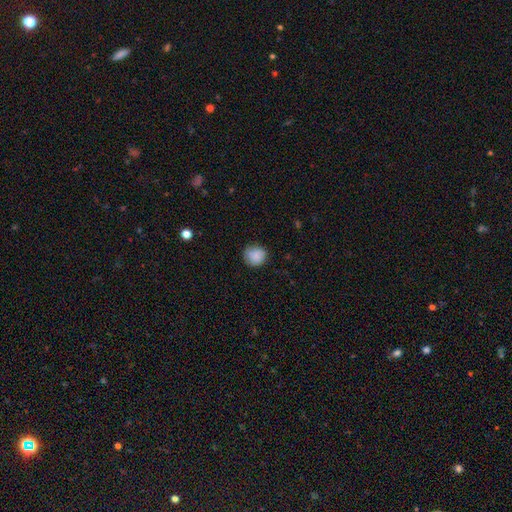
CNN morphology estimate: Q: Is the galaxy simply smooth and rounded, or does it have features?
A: smooth — 86%.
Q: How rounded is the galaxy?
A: round — 86%.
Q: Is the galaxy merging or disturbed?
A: none — 80%.